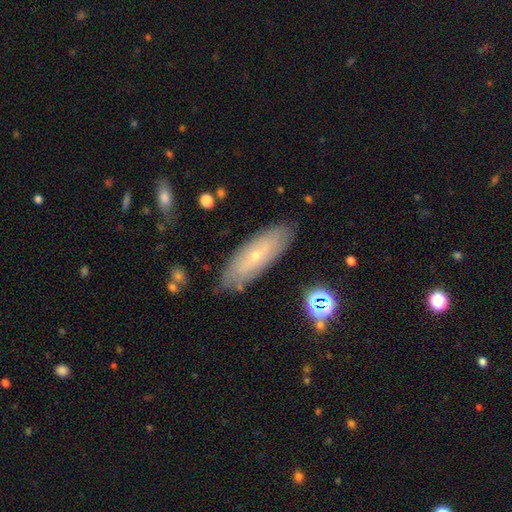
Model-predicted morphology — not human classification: Smooth or featured: featured or disk — 51% (smooth — 40%)
Edge-on disk: no — 73% (yes — 27%)
Merging: none — 83% (minor disturbance — 13%)